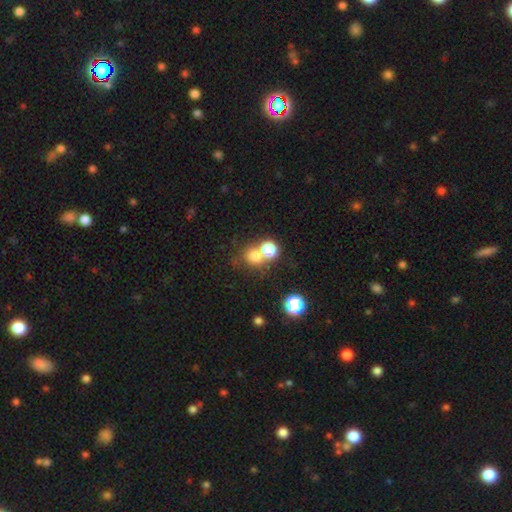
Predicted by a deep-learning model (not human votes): Smooth or featured: smooth — 75% (star or artifact — 13%)
How rounded: round — 79% (in between — 20%)
Merging: merger — 55% (none — 35%)